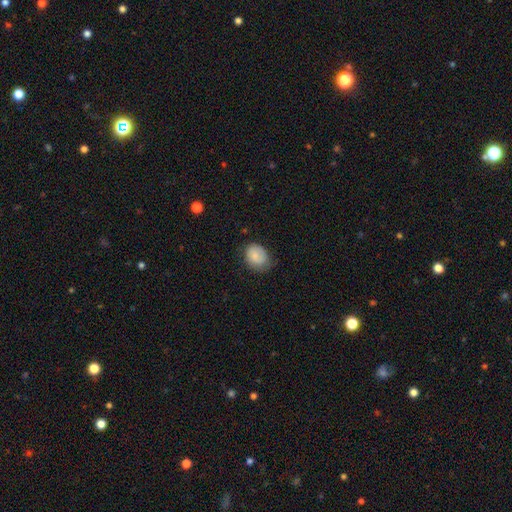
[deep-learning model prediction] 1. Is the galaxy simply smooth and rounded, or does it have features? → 78% smooth, 15% featured or disk, 7% star or artifact.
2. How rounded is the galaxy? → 50% in between, 49% round, 1% cigar-shaped.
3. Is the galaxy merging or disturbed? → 62% none, 29% minor disturbance, 8% major disturbance, 1% merger.